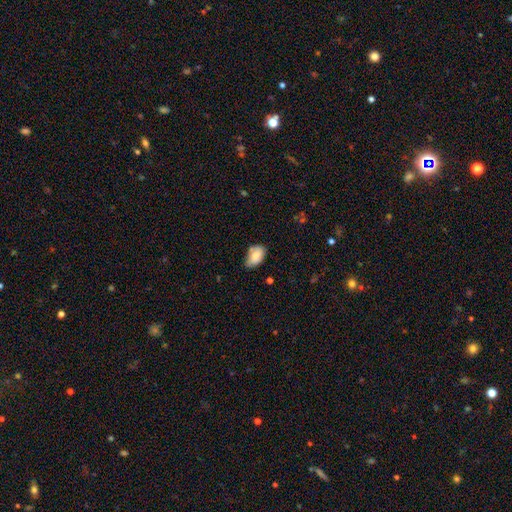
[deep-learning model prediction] This appears to be a smooth galaxy with no disk features (80%) that is in between round and cigar-shaped (92%). Merging: none (57%).